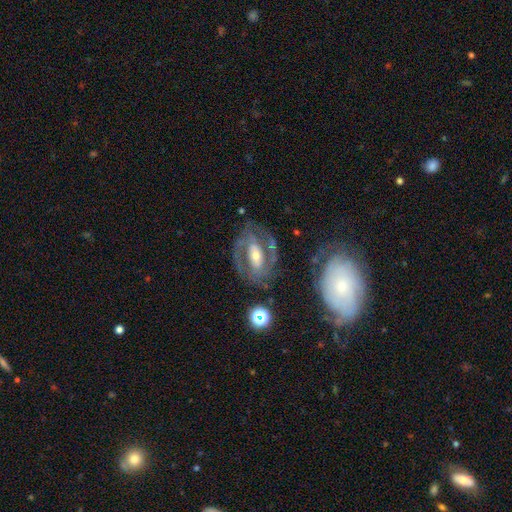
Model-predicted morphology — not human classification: A featured or disk galaxy (80%) with a strong bar (40%), 2 (71%) tight (45%) spiral arms (83%) and a moderate central bulge (49%). Merging: none (67%).